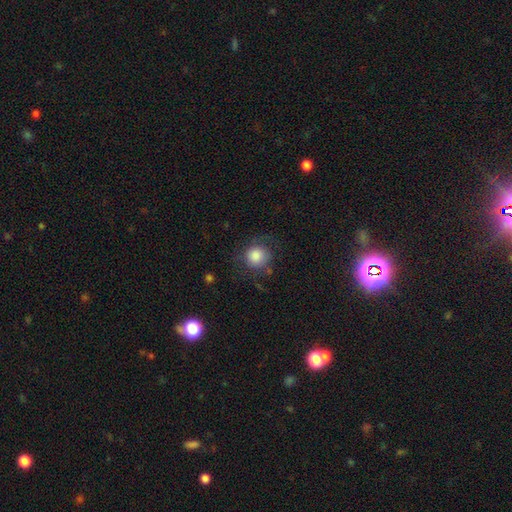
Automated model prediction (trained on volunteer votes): Smooth or featured? Predicted: smooth (p=0.81). How rounded? Predicted: round (p=0.87). Merging? Predicted: none (p=0.65).